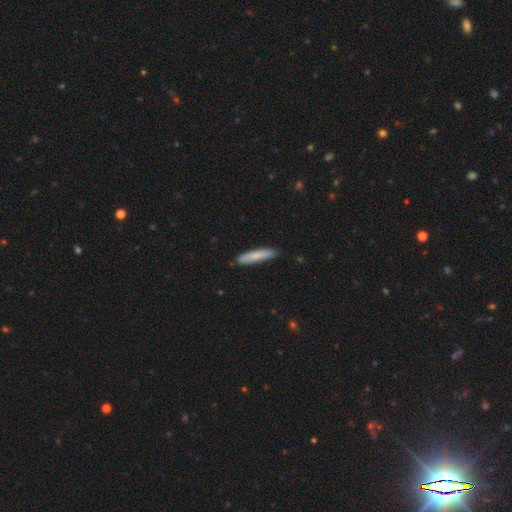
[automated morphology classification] Smooth or featured? Predicted: smooth (p=0.77). How rounded? Predicted: cigar-shaped (p=0.88). Merging? Predicted: none (p=0.87).